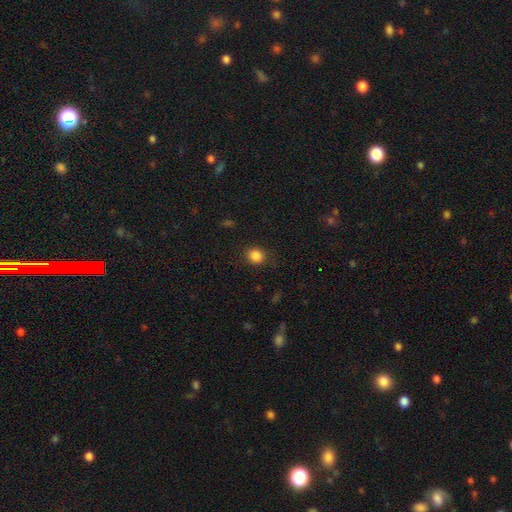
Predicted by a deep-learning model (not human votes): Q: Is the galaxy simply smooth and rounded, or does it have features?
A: smooth — 85%.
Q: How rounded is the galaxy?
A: round — 80%.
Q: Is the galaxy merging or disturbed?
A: none — 86%.